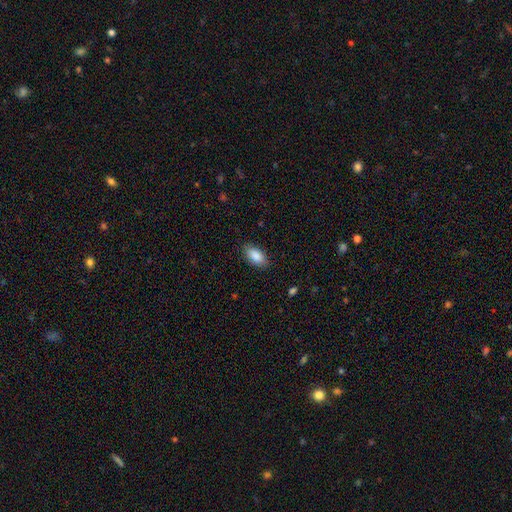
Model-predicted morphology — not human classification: type=smooth (89%); roundness=in between (93%); merging=none (86%).